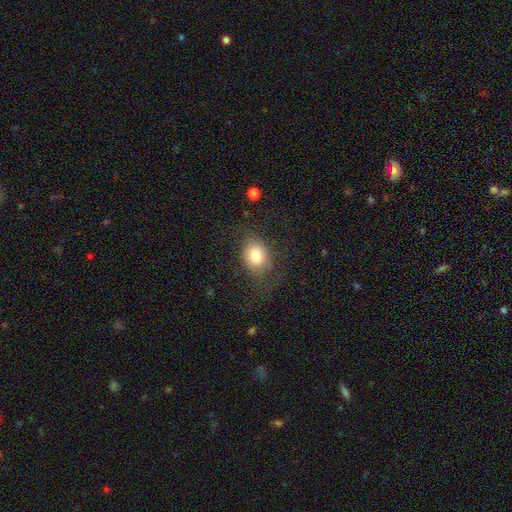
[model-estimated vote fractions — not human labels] smooth_or_featured: smooth (p=0.78) [alt: featured or disk p=0.12]
how_rounded: round (p=0.52) [alt: in between p=0.47]
merging: none (p=0.72) [alt: minor disturbance p=0.16]